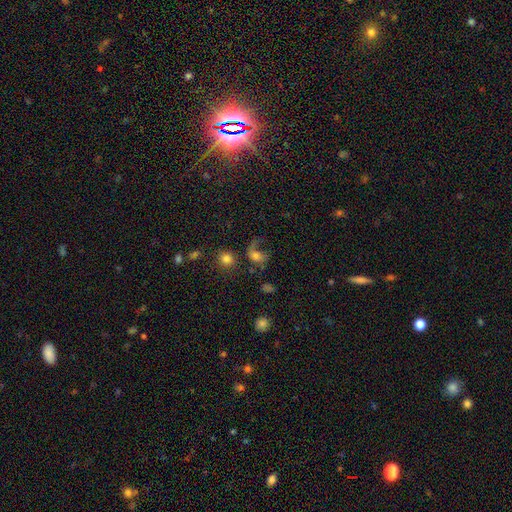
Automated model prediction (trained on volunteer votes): Smooth or featured? smooth (47%)
Merging? major disturbance (47%)